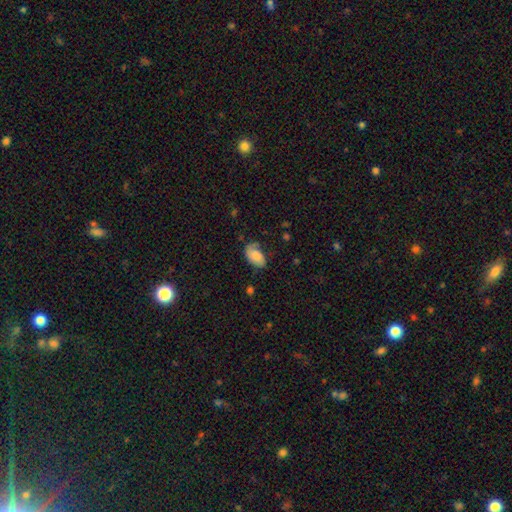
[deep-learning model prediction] A smooth galaxy with no disk features (66%) that is in between round and cigar-shaped (92%).

Vote fractions:
- Smooth or featured? smooth: 66% / featured or disk: 26% / star or artifact: 8%
- How rounded? in between: 92% / round: 7% / cigar-shaped: 2%
- Merging? none: 50% / minor disturbance: 31% / major disturbance: 17% / merger: 2%